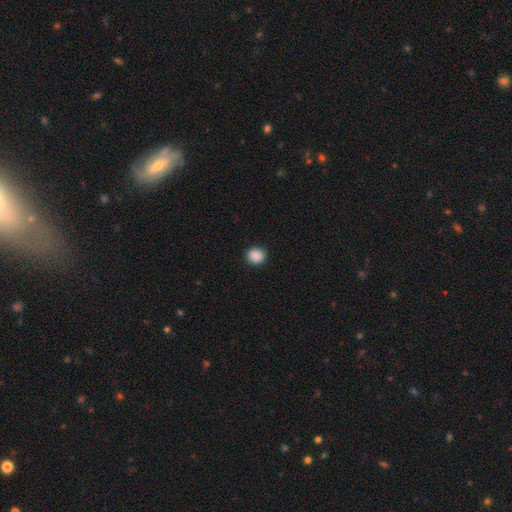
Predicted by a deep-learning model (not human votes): This is clearly a smooth galaxy (89%). How rounded: clearly round (87%). Merging: clearly none (91%).